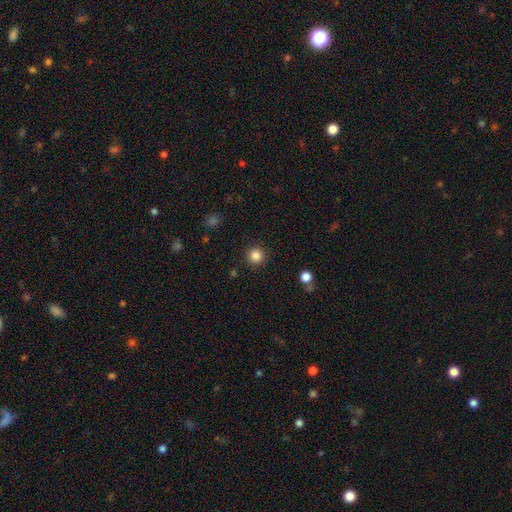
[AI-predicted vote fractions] Overall: smooth (85%). How rounded: round (96%). Merging: none (92%).